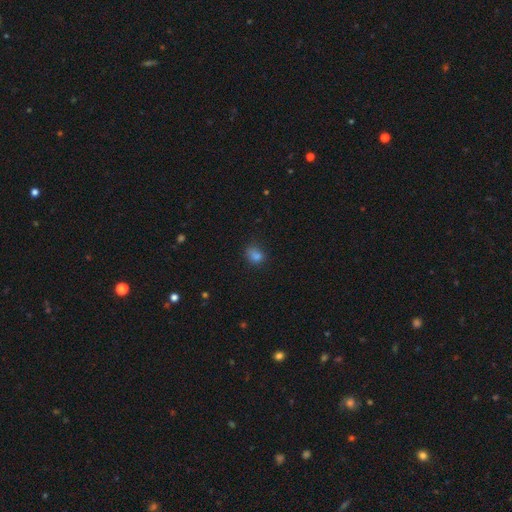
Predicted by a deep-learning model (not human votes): This is likely a smooth galaxy (79%). How rounded: possibly in between (55%). Merging: possibly none (58%).